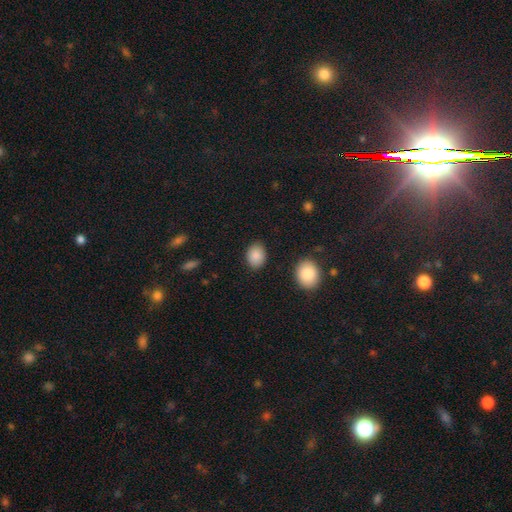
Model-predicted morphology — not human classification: The model was most divided on "how rounded": in between: 71%, round: 28%, cigar-shaped: 1%. More confident: smooth or featured — smooth (88%); merging — none (86%).